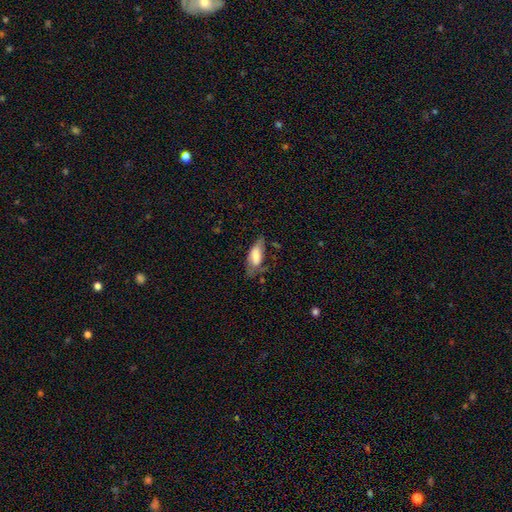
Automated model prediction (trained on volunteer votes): smooth 68%, featured or disk 26%, star or artifact 7%. Down the decision tree: how rounded — in between (80%); merging — none (41%).